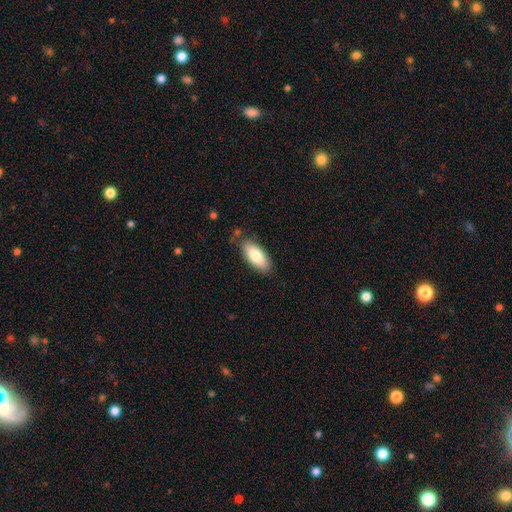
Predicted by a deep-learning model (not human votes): smooth-or-featured: smooth: 80% | featured or disk: 14% | star or artifact: 6%
  how-rounded: in between: 85% | cigar-shaped: 13% | round: 2%
  merging: none: 81% | minor disturbance: 13% | major disturbance: 3% | merger: 3%